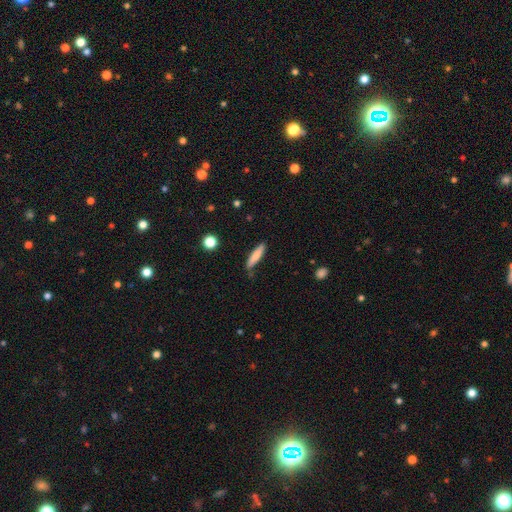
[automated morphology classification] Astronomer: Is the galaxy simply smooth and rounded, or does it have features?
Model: smooth — 76%.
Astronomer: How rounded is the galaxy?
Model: cigar-shaped — 82%.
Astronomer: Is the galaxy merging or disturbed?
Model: none — 78%.